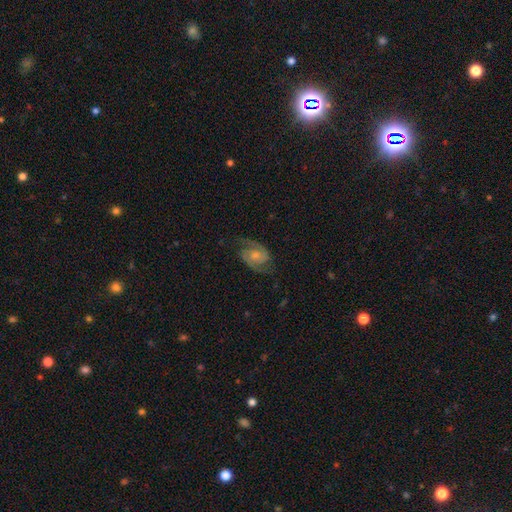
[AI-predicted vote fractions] Smooth or featured?
  - featured or disk: 83% *
  - smooth: 11%
  - star or artifact: 6%
Edge-on disk?
  - no: 97% *
  - yes: 3%
Bar?
  - no: 57% *
  - weak: 37%
  - strong: 7%
Spiral arms?
  - yes: 96% *
  - no: 4%
Spiral winding?
  - medium: 53% *
  - tight: 26%
  - loose: 21%
Spiral arm count?
  - 2: 92% *
  - can't tell: 4%
  - 3: 2%
  - 1: 1%
  - 4: 1%
  - more than 4: 1%
Bulge size?
  - moderate: 41% *
  - small: 39%
  - none: 13%
  - large: 6%
  - dominant: 1%
Merging?
  - none: 74% *
  - minor disturbance: 16%
  - major disturbance: 8%
  - merger: 1%